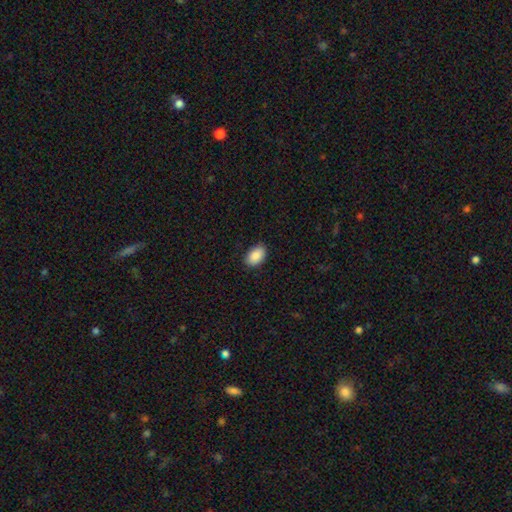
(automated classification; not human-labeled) Overall: smooth (89%). How rounded: in between (91%). Merging: none (88%).